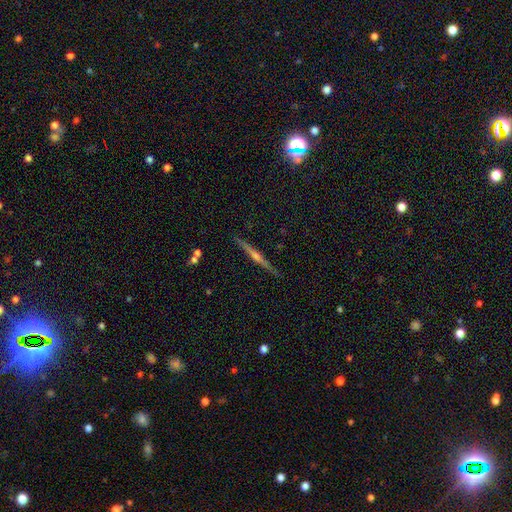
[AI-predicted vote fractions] smooth-or-featured: featured or disk: 76% | smooth: 17% | star or artifact: 7%
  disk-edge-on: yes: 98% | no: 2%
    edge-on-bulge: rounded: 77% | none: 15% | boxy: 8%
  merging: none: 89% | minor disturbance: 8% | major disturbance: 2% | merger: 2%